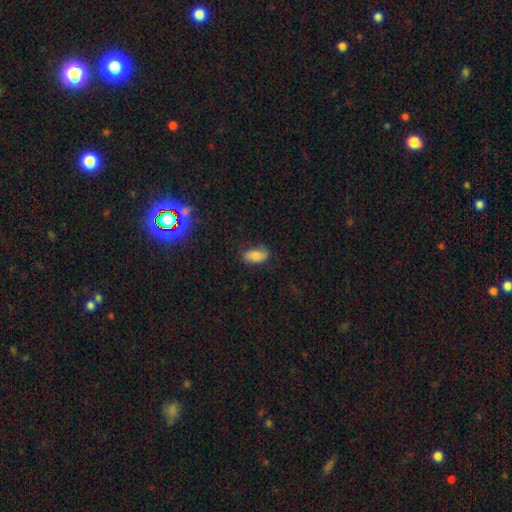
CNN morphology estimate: This is likely a smooth galaxy (78%). How rounded: clearly in between (90%). Merging: likely none (75%).